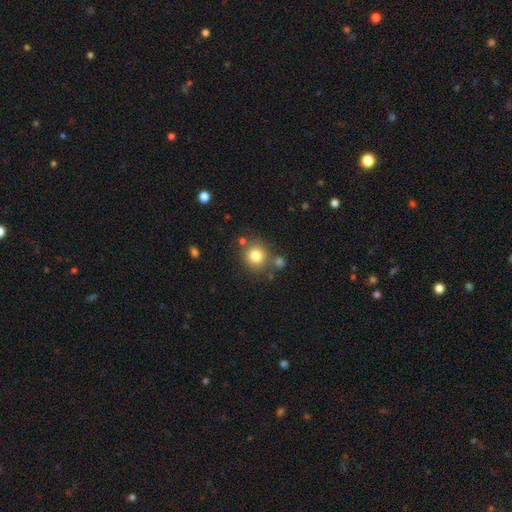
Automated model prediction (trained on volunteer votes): Q: Smooth or featured?
A: smooth (79%); runner-up: star or artifact (12%)
Q: How rounded?
A: round (88%); runner-up: in between (11%)
Q: Merging?
A: none (74%); runner-up: minor disturbance (11%)